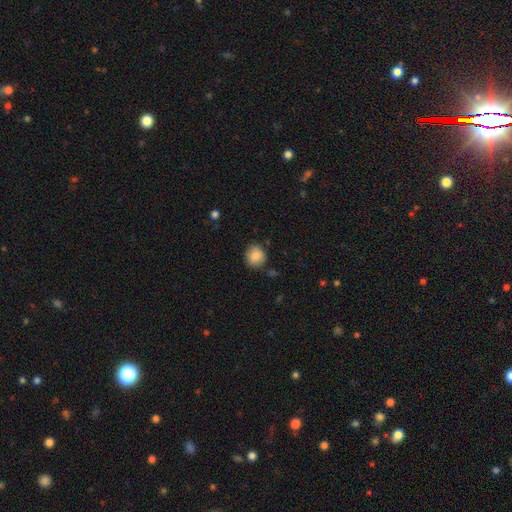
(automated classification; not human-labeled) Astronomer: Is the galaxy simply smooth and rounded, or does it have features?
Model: smooth — 87%.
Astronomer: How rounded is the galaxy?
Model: round — 80%.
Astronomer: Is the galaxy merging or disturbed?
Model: none — 82%.